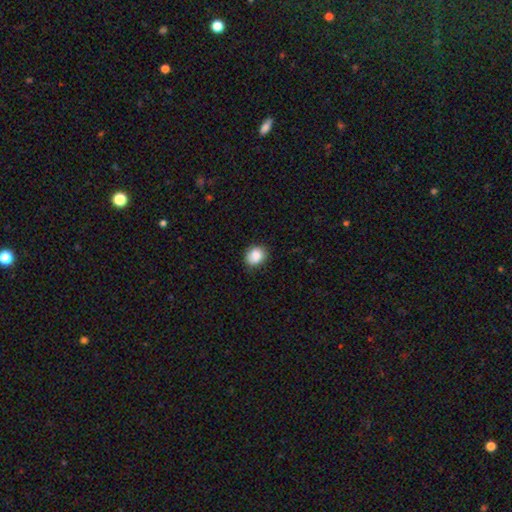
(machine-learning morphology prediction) A smooth galaxy with no disk features (85%) that is round (56%).

Vote fractions:
- Smooth or featured? smooth: 85% / star or artifact: 8% / featured or disk: 6%
- How rounded? round: 56% / in between: 43% / cigar-shaped: 1%
- Merging? none: 79% / minor disturbance: 17% / major disturbance: 3% / merger: 1%